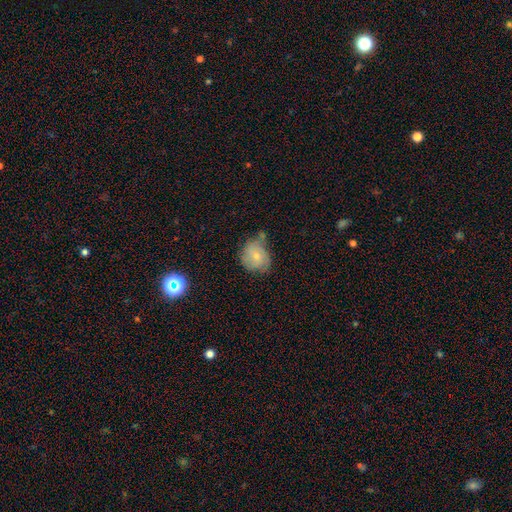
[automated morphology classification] This appears to be a smooth galaxy with no disk features (62%) that is round (67%). Merging: none (44%).